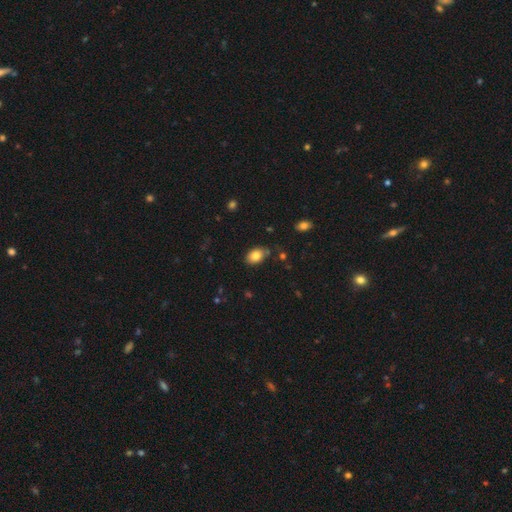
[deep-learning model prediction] A smooth galaxy with no disk features (81%) that is in between round and cigar-shaped (82%). Merging: none (76%).